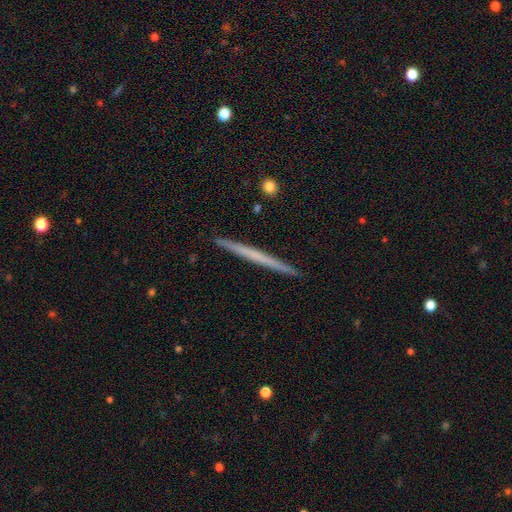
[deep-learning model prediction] The model was most divided on "smooth or featured": featured or disk: 50%, smooth: 45%, star or artifact: 5%. More confident: merging — none (93%).